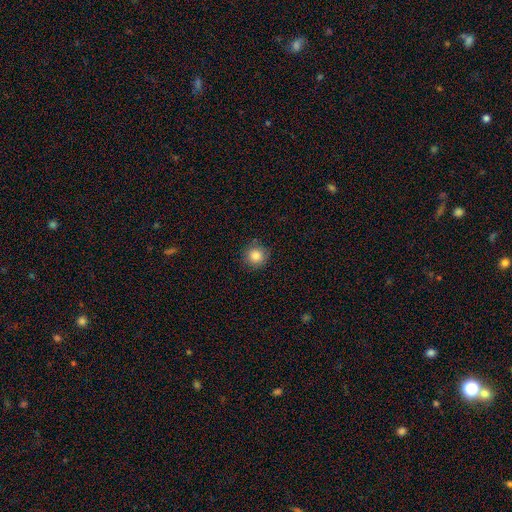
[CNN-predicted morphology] Smooth or featured?
  - smooth: 84% *
  - star or artifact: 10%
  - featured or disk: 6%
How rounded?
  - round: 94% *
  - in between: 5%
  - cigar-shaped: 1%
Merging?
  - none: 87% *
  - minor disturbance: 10%
  - major disturbance: 2%
  - merger: 1%